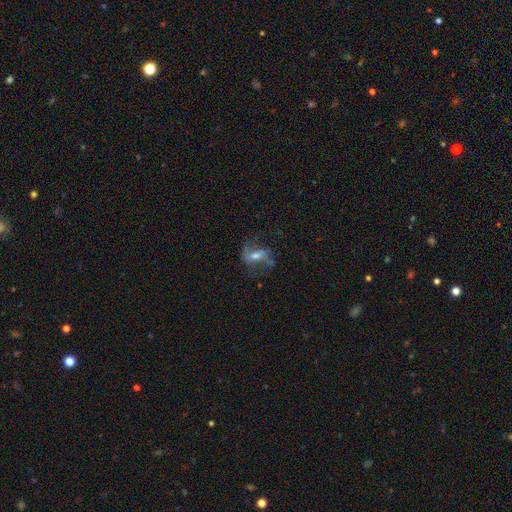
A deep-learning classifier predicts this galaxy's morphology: Q: Smooth or featured?
A: featured or disk (68%); runner-up: smooth (21%)
Q: Edge-on disk?
A: no (91%); runner-up: yes (9%)
Q: Bar?
A: weak (40%); runner-up: strong (34%)
Q: Spiral arms?
A: yes (82%); runner-up: no (18%)
Q: Spiral winding?
A: loose (56%); runner-up: medium (34%)
Q: Spiral arm count?
A: 2 (79%); runner-up: can't tell (9%)
Q: Bulge size?
A: moderate (56%); runner-up: small (31%)
Q: Merging?
A: none (58%); runner-up: major disturbance (20%)